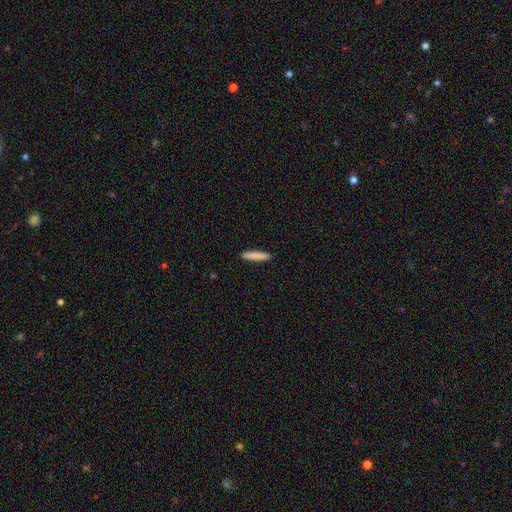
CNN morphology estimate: Smooth or featured? smooth (86%)
How rounded? cigar-shaped (90%)
Merging? none (92%)